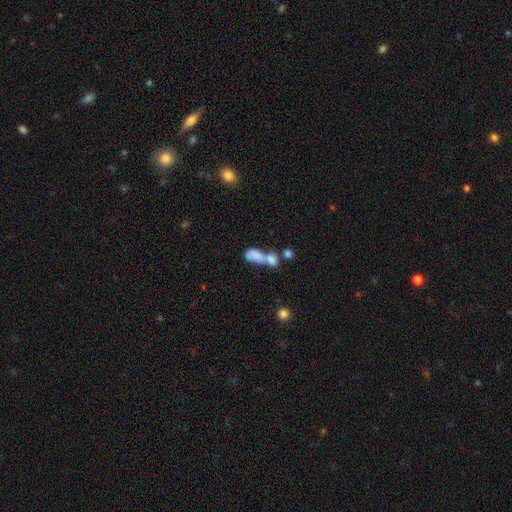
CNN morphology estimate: Smooth or featured: smooth — 73% (featured or disk — 18%)
How rounded: in between — 78% (round — 13%)
Merging: merger — 74% (none — 12%)